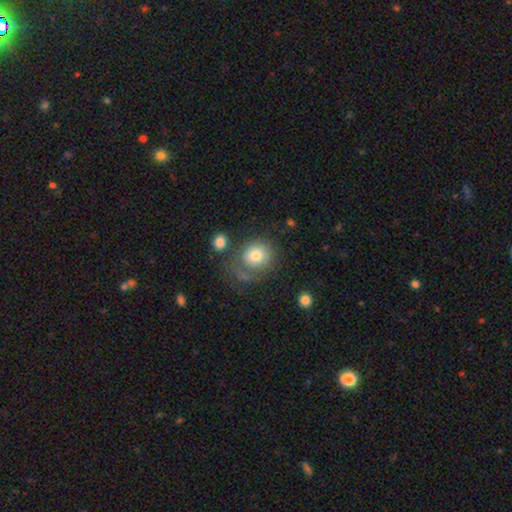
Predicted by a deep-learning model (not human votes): Morphology: type=smooth (75%); roundness=round (73%); merging=none (49%).